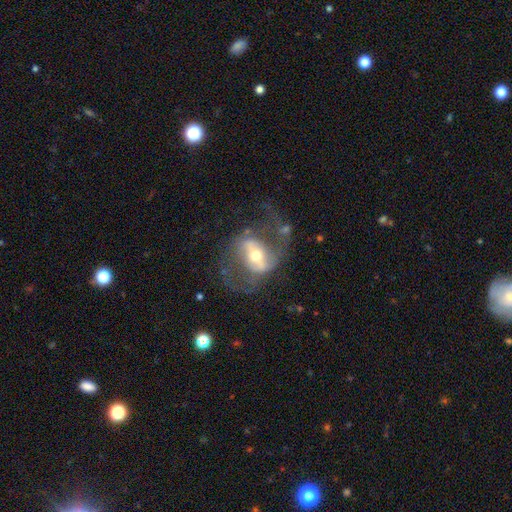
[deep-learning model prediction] Overall: featured or disk (76%). Edge-on disk: no (93%). Bar: strong (50%; weak 29%). Spiral arms: yes (64%; no 36%). Bulge size: moderate (66%). Merging: none (48%; major disturbance 30%).